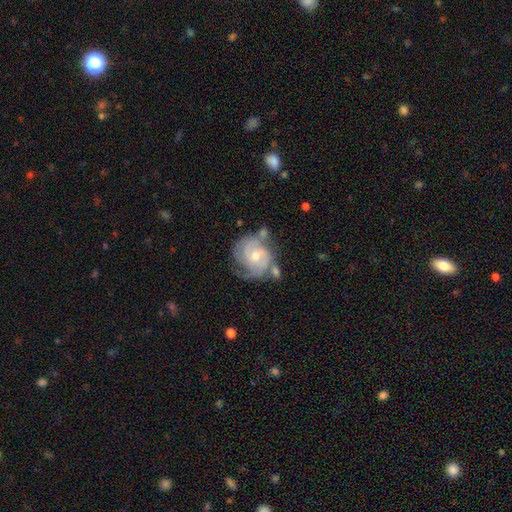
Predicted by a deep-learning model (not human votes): A featured or disk galaxy (82%) with no bar (60%), 2 (39%) tight (54%) spiral arms (95%) and a moderate central bulge (54%). Merging: none (53%).